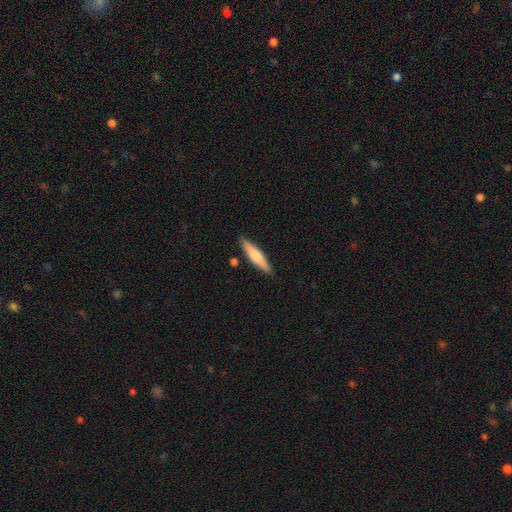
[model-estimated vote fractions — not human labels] Overall: smooth (64%; featured or disk 30%). How rounded: cigar-shaped (83%). Merging: none (87%).